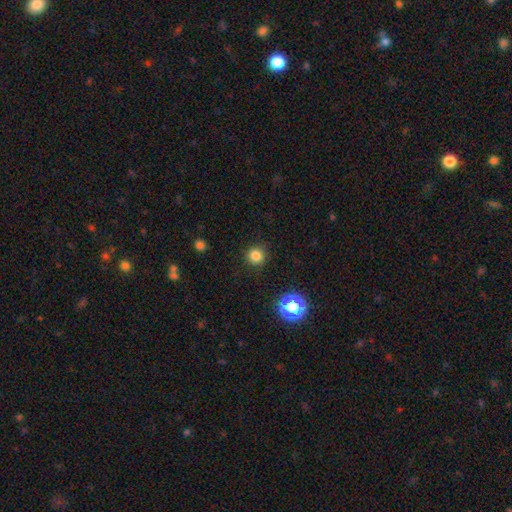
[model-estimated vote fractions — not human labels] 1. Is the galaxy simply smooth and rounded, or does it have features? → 81% smooth, 14% star or artifact, 4% featured or disk.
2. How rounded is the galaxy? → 94% round, 5% in between, 1% cigar-shaped.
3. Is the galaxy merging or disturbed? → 90% none, 6% minor disturbance, 2% major disturbance, 1% merger.